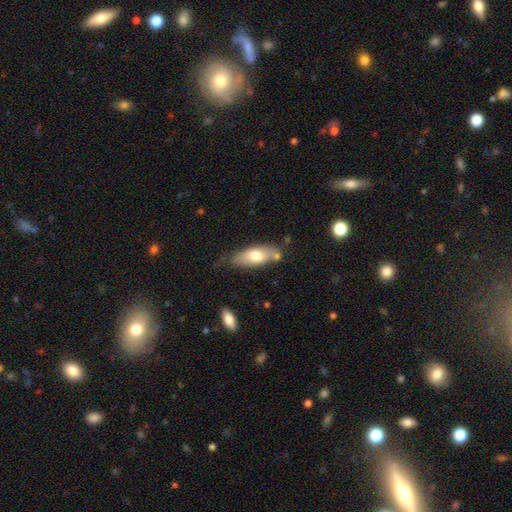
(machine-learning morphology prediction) Q: Smooth or featured?
A: smooth (69%); runner-up: featured or disk (25%)
Q: How rounded?
A: in between (73%); runner-up: cigar-shaped (24%)
Q: Merging?
A: none (66%); runner-up: minor disturbance (20%)